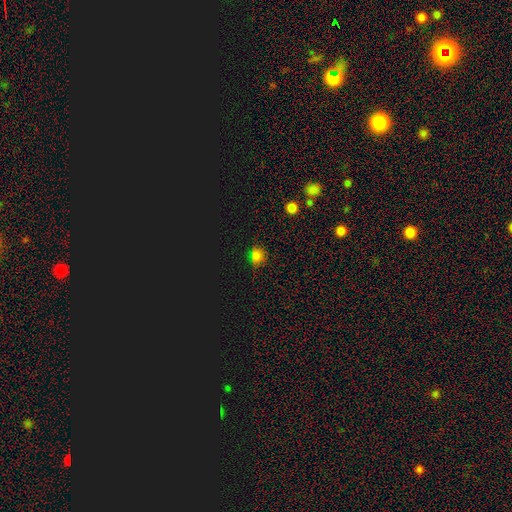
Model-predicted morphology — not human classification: smooth 55%, star or artifact 39%, featured or disk 6%. Down the decision tree: how rounded — round (69%); merging — none (78%).